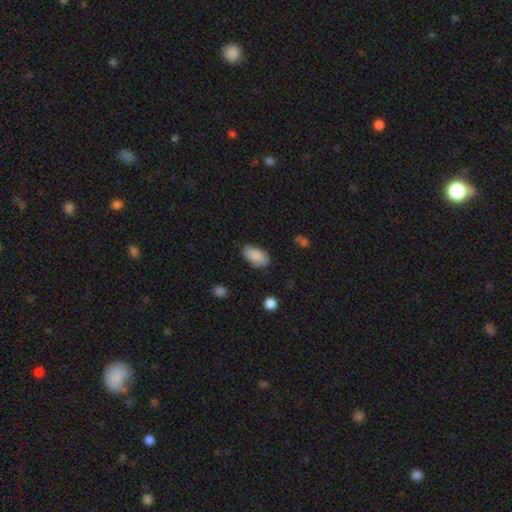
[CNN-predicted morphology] smooth 88%, star or artifact 6%, featured or disk 6%. Down the decision tree: how rounded — in between (94%); merging — none (79%).